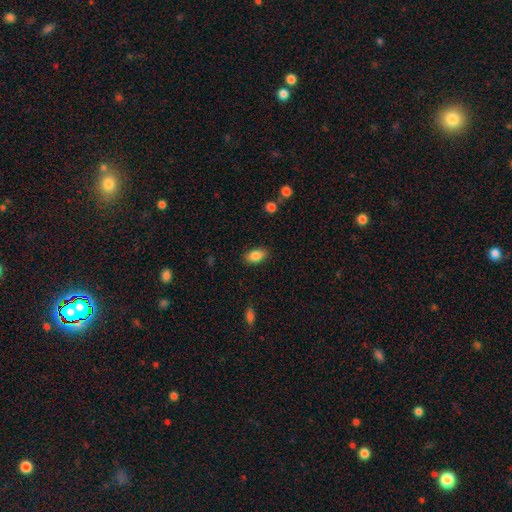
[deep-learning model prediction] Overall: smooth (86%). How rounded: in between (91%). Merging: none (86%).